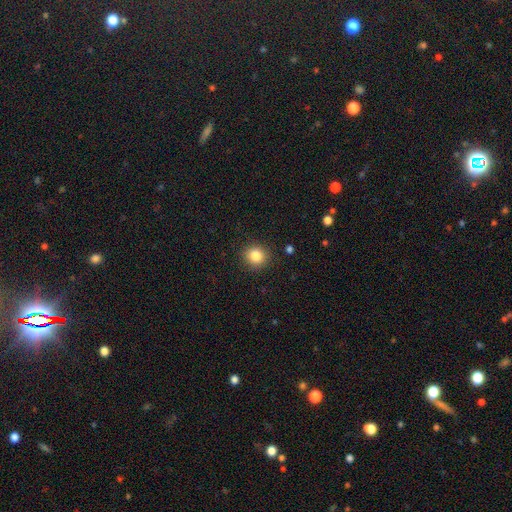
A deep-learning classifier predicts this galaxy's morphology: smooth 84%, star or artifact 10%, featured or disk 5%. Down the decision tree: how rounded — round (89%); merging — none (90%).